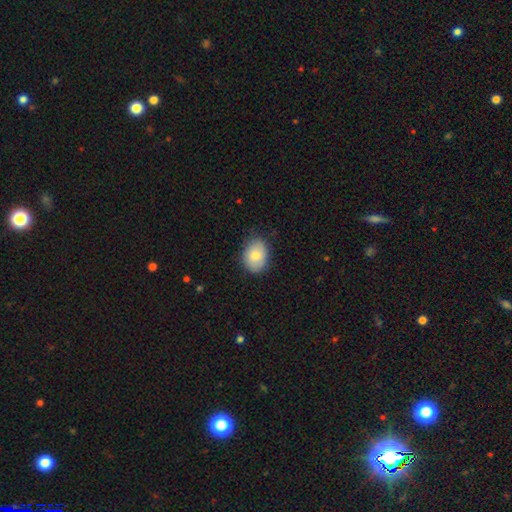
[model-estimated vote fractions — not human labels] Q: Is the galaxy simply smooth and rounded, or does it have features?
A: smooth — 77%.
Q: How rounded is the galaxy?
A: in between — 66%.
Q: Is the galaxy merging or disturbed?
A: none — 79%.